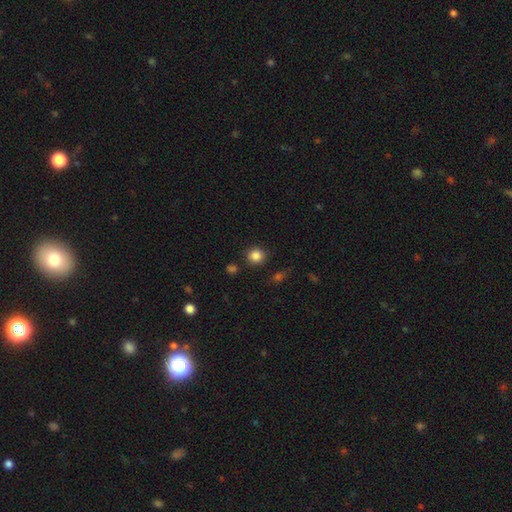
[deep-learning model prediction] This is clearly a smooth galaxy (85%). How rounded: clearly round (88%). Merging: clearly none (87%).